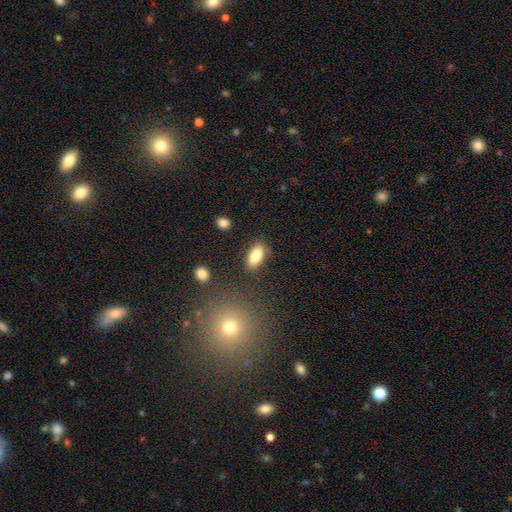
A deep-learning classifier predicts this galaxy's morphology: This appears to be a smooth galaxy with no disk features (84%) that is in between round and cigar-shaped (90%). Merging: none (82%).